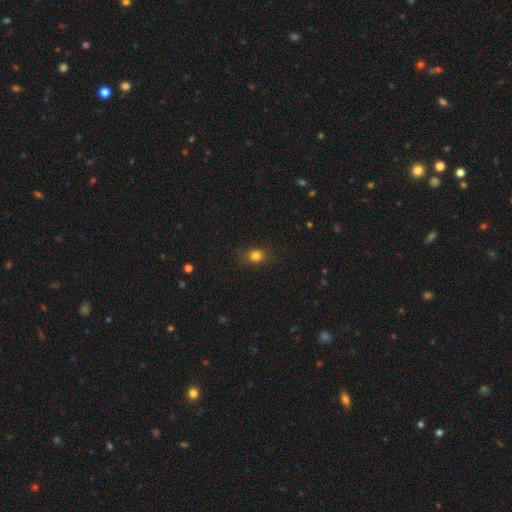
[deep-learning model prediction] This appears to be a smooth galaxy with no disk features (80%) that is round (57%). Merging: none (82%).